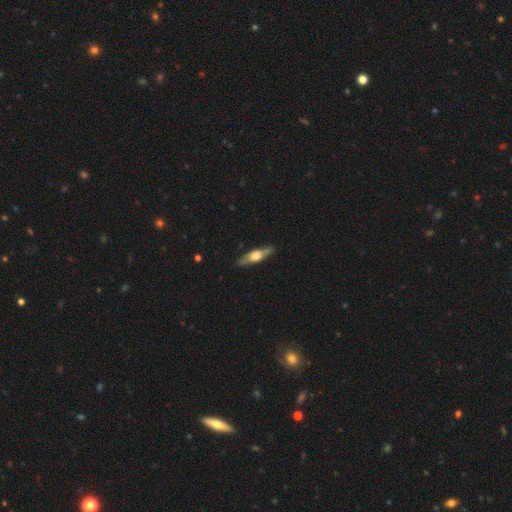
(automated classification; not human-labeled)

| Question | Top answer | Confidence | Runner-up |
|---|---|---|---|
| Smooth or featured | featured or disk | 62% | smooth (34%) |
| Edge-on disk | yes | 88% | no (12%) |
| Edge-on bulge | rounded | 92% | boxy (6%) |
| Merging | none | 87% | minor disturbance (10%) |